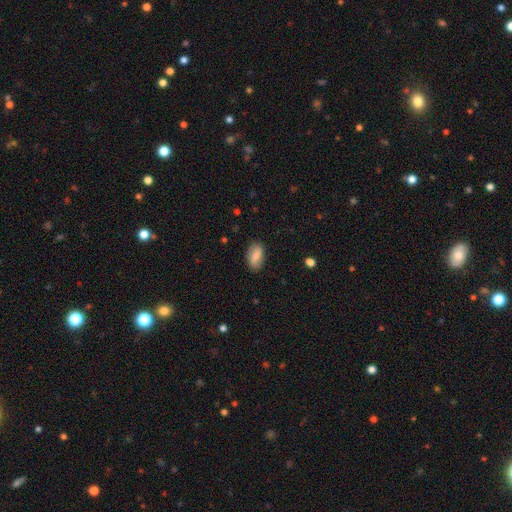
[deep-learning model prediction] Q: Smooth or featured?
A: smooth (78%); runner-up: featured or disk (15%)
Q: How rounded?
A: in between (91%); runner-up: round (4%)
Q: Merging?
A: none (83%); runner-up: minor disturbance (13%)